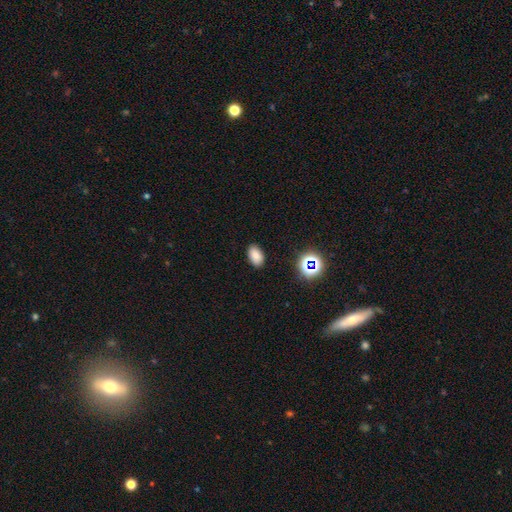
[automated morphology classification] Smooth or featured?
  - smooth: 80% *
  - star or artifact: 14%
  - featured or disk: 6%
How rounded?
  - in between: 90% *
  - round: 9%
  - cigar-shaped: 1%
Merging?
  - none: 87% *
  - minor disturbance: 9%
  - major disturbance: 2%
  - merger: 1%